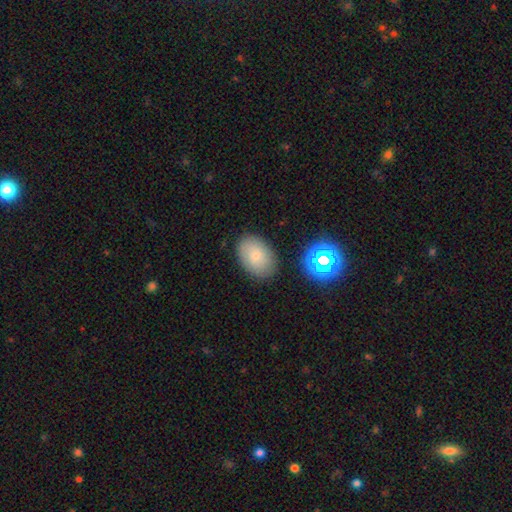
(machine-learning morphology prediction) Smooth or featured? Predicted: smooth (p=0.77). How rounded? Predicted: in between (p=0.83). Merging? Predicted: none (p=0.84).